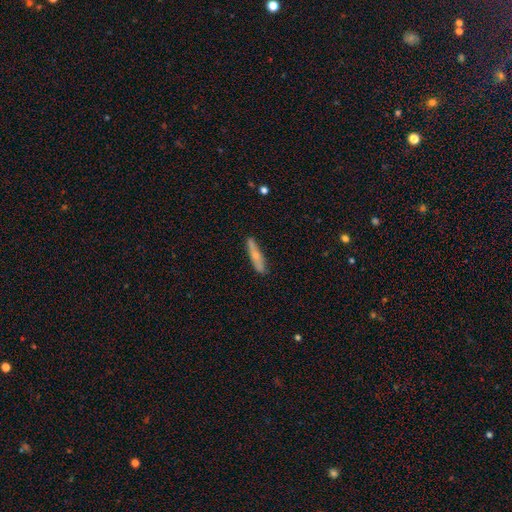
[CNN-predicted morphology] A smooth galaxy with no disk features (52%) that is cigar-shaped (88%).

Vote fractions:
- Smooth or featured? smooth: 52% / featured or disk: 42% / star or artifact: 6%
- How rounded? cigar-shaped: 88% / in between: 10% / round: 2%
- Merging? none: 84% / minor disturbance: 12% / major disturbance: 2% / merger: 2%